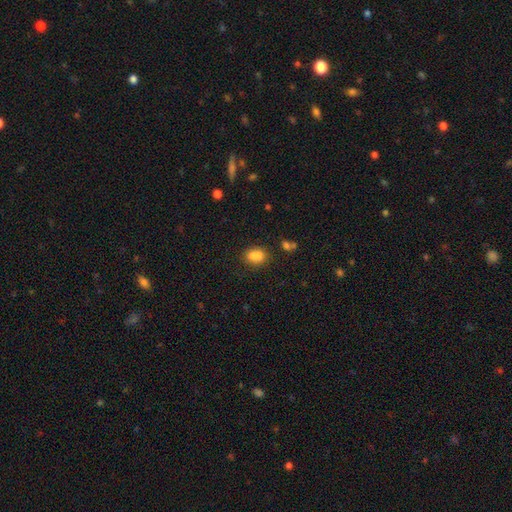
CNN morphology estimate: smooth-or-featured: smooth: 81% | star or artifact: 11% | featured or disk: 9%
  how-rounded: in between: 67% | round: 31% | cigar-shaped: 2%
  merging: none: 54% | merger: 26% | minor disturbance: 15% | major disturbance: 5%